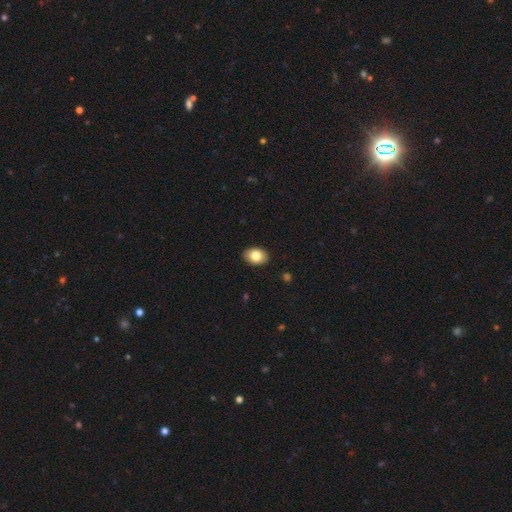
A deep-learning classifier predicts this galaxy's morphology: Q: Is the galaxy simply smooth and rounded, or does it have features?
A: smooth — 82%.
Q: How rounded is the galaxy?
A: in between — 76%.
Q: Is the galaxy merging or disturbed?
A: none — 90%.